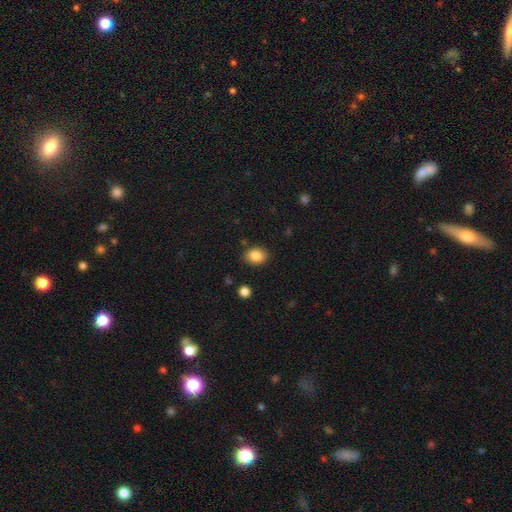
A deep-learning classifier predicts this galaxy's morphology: type=smooth (86%); roundness=in between (59%); merging=none (85%).